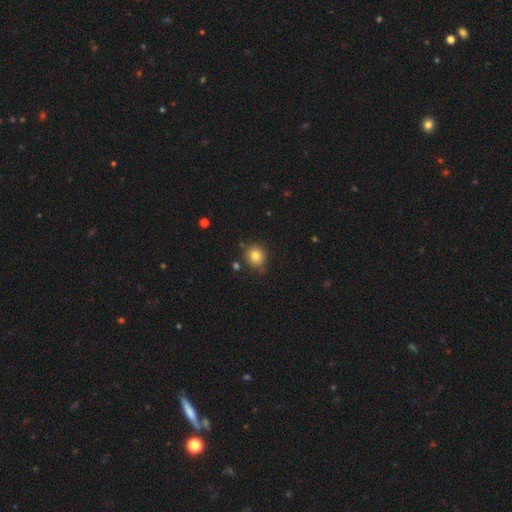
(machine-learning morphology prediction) Smooth or featured?
  - smooth: 81% *
  - star or artifact: 11%
  - featured or disk: 8%
How rounded?
  - round: 86% *
  - in between: 13%
  - cigar-shaped: 1%
Merging?
  - none: 78% *
  - minor disturbance: 15%
  - merger: 4%
  - major disturbance: 3%